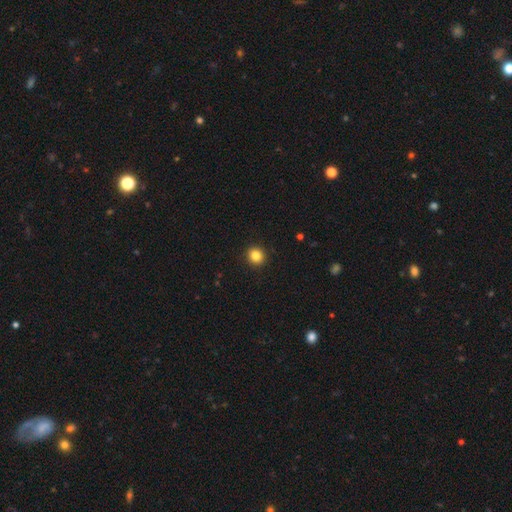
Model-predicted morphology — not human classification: smooth 84%, star or artifact 11%, featured or disk 5%. Down the decision tree: how rounded — round (92%); merging — none (93%).